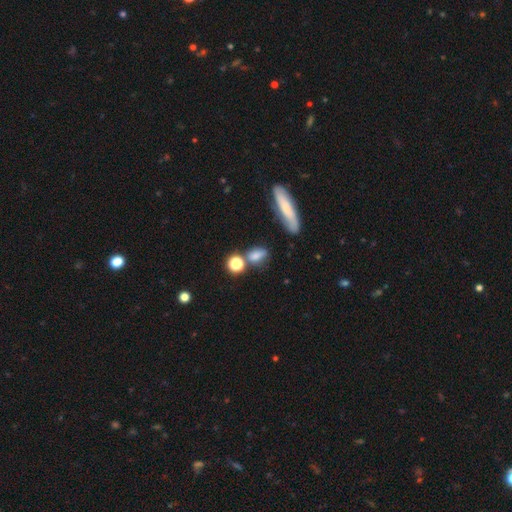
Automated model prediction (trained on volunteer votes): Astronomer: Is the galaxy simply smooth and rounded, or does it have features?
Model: smooth — 72%.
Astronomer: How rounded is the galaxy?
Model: in between — 57%.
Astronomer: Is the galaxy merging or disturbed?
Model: none — 57%.